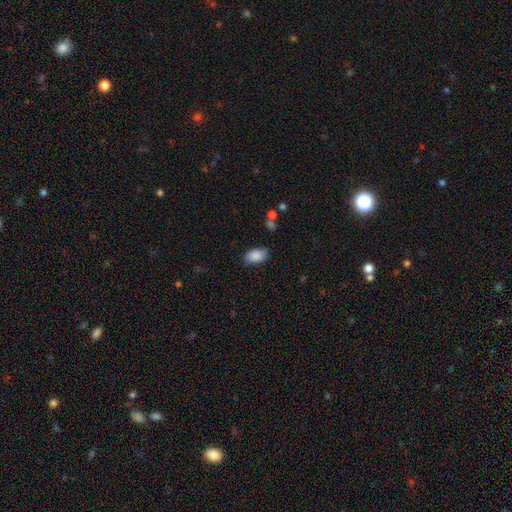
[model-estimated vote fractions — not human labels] Smooth or featured? Predicted: smooth (p=0.87). How rounded? Predicted: in between (p=0.92). Merging? Predicted: none (p=0.77).